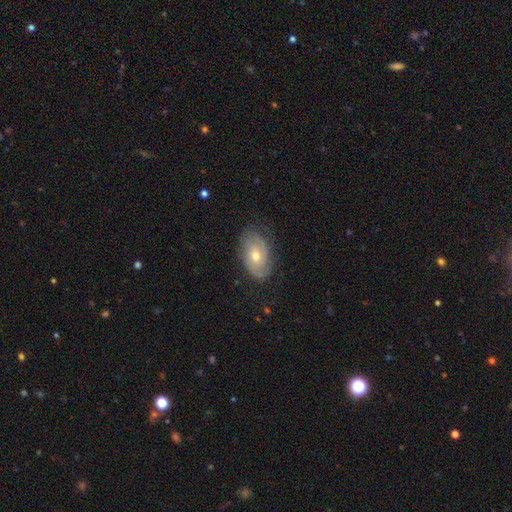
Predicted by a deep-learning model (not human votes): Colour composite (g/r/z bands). It shows a featured or disk galaxy (71%) with no bar (73%), 2 (53%) tight (60%) spiral arms (86%) and a moderate central bulge (64%). Merging: none (74%).